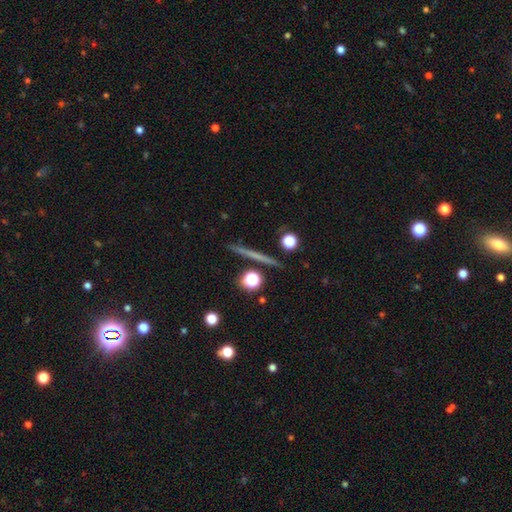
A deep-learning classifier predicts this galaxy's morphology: A featured or disk galaxy (44%, tied with smooth).

Vote fractions:
- Smooth or featured? featured or disk: 44% (tied) / smooth: 44% (tied) / star or artifact: 11%
- Merging? none: 90% / minor disturbance: 6% / merger: 2% / major disturbance: 2%